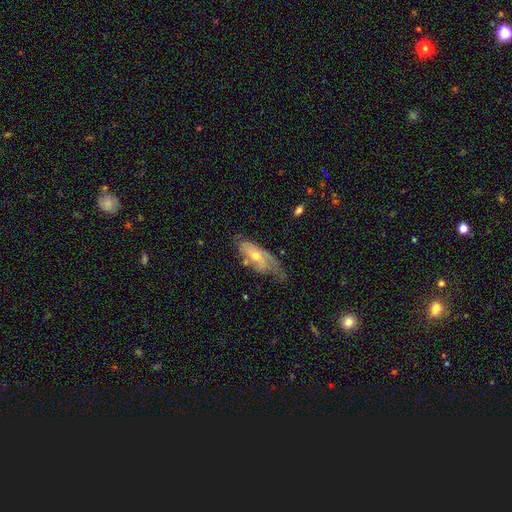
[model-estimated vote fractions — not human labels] Smooth or featured? featured or disk (60%)
Edge-on disk? no (81%)
Merging? none (42%)